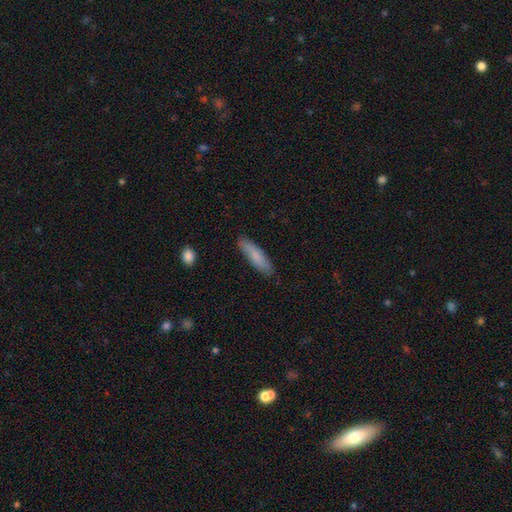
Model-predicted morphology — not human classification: Smooth or featured?
  - smooth: 81% *
  - featured or disk: 13%
  - star or artifact: 6%
How rounded?
  - cigar-shaped: 72% *
  - in between: 27%
  - round: 1%
Merging?
  - none: 86% *
  - minor disturbance: 11%
  - major disturbance: 2%
  - merger: 1%